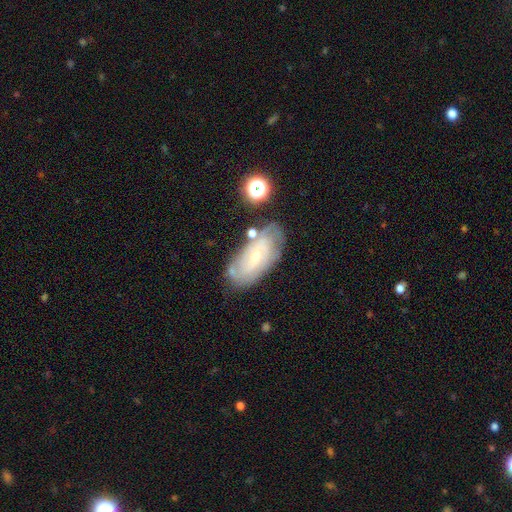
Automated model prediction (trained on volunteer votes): This appears to be a featured or disk galaxy (70%) with no bar (66%), tight (63%) spiral arms (83%) and a small central bulge (72%). Merging: none (68%).